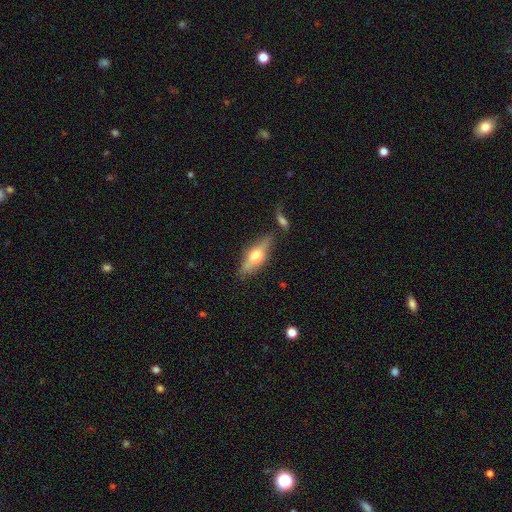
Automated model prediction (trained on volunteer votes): A smooth galaxy with no disk features (47%). Merging: none (70%).